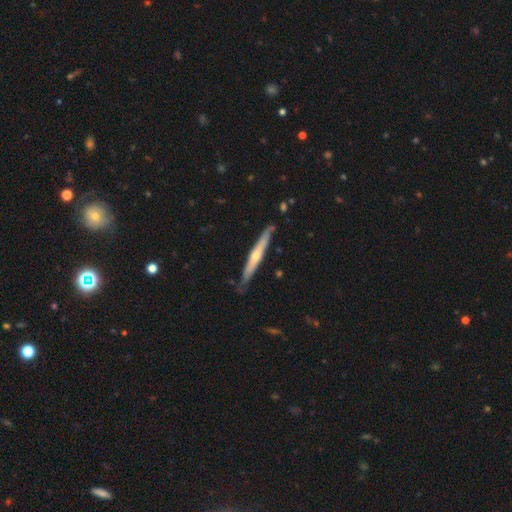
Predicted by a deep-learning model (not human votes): A featured or disk galaxy (69%) viewed edge-on (95%) with a rounded central bulge (75%). Merging: none (83%).